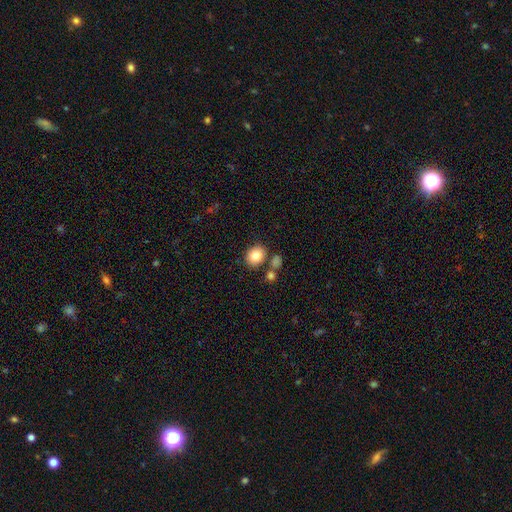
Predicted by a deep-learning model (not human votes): Overall: smooth (83%). How rounded: round (54%; in between 45%). Merging: none (74%).